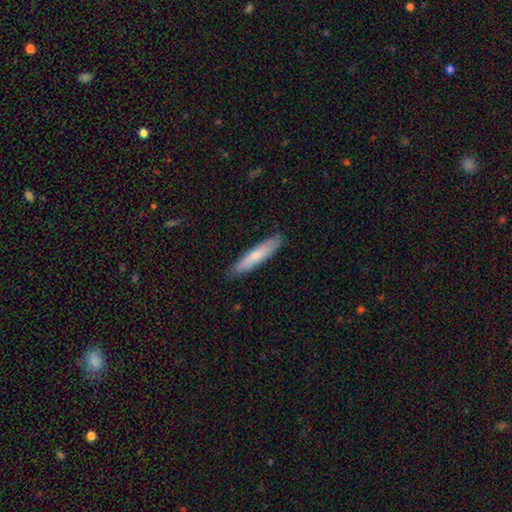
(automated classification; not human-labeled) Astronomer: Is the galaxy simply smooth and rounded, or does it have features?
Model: smooth — 72%.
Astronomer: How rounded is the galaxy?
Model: cigar-shaped — 87%.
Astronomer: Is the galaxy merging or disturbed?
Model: none — 86%.